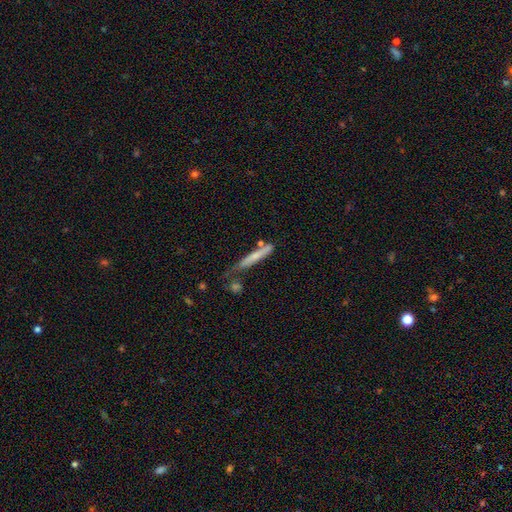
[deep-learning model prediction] Smooth or featured? Predicted: smooth (p=0.55). How rounded? Predicted: cigar-shaped (p=0.93). Merging? Predicted: none (p=0.61).